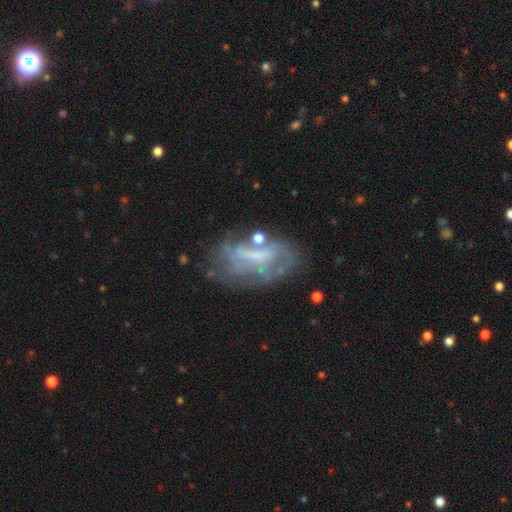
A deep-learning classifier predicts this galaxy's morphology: Q: Smooth or featured?
A: featured or disk (67%); runner-up: smooth (21%)
Q: Edge-on disk?
A: no (93%); runner-up: yes (7%)
Q: Bar?
A: no (38%); runner-up: weak (36%)
Q: Spiral arms?
A: no (54%); runner-up: yes (46%)
Q: Bulge size?
A: none (43%); runner-up: small (31%)
Q: Merging?
A: none (44%); runner-up: major disturbance (24%)